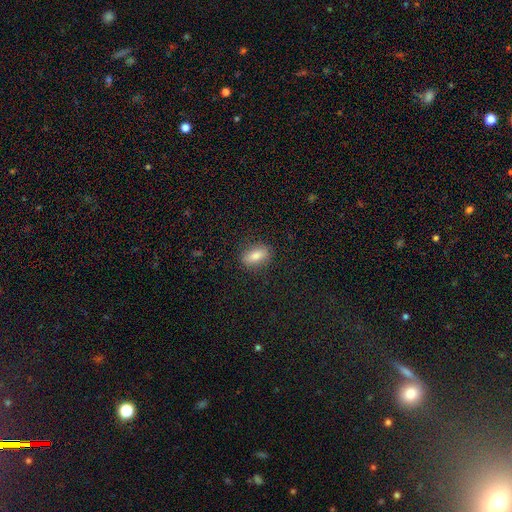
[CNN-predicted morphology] Smooth or featured? smooth (76%)
How rounded? in between (81%)
Merging? none (86%)